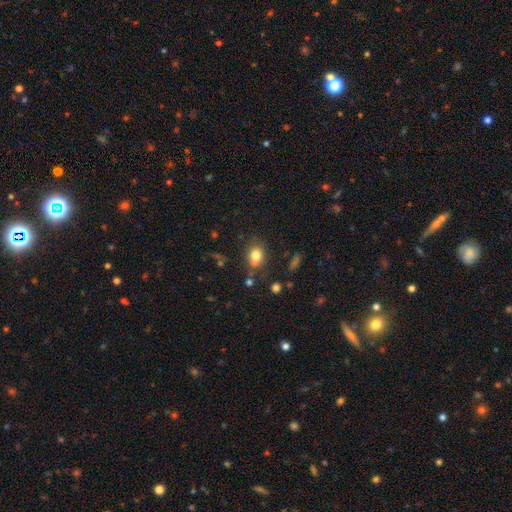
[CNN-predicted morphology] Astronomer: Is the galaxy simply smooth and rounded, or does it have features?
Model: smooth — 79%.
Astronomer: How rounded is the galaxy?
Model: round — 51% (runner-up: in between, 48%).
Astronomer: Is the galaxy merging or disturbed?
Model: none — 71%.